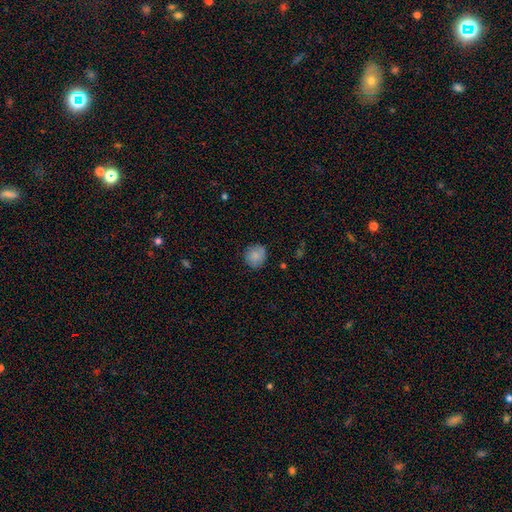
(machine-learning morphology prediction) type=smooth (84%); roundness=round (83%); merging=none (81%).